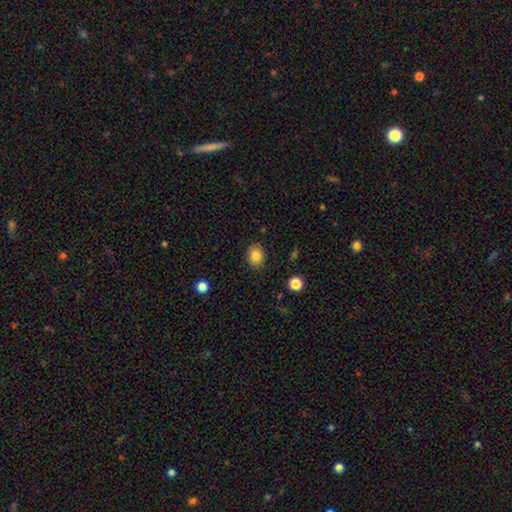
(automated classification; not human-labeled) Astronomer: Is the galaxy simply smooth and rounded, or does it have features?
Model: smooth — 84%.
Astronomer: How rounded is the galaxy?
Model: round — 57% (runner-up: in between, 42%).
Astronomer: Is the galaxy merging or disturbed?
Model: none — 85%.